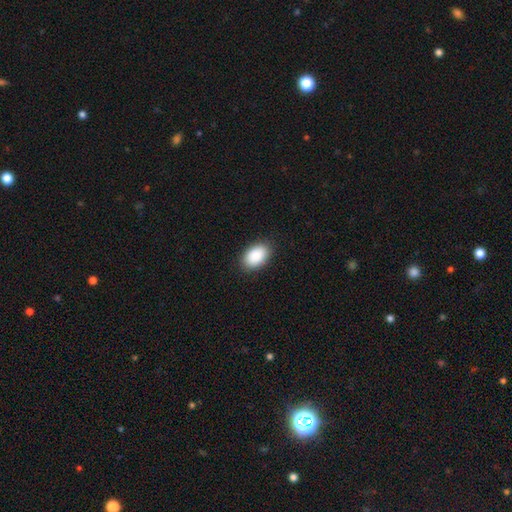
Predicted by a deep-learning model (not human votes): Morphology: type=smooth (90%); roundness=in between (91%); merging=none (88%).